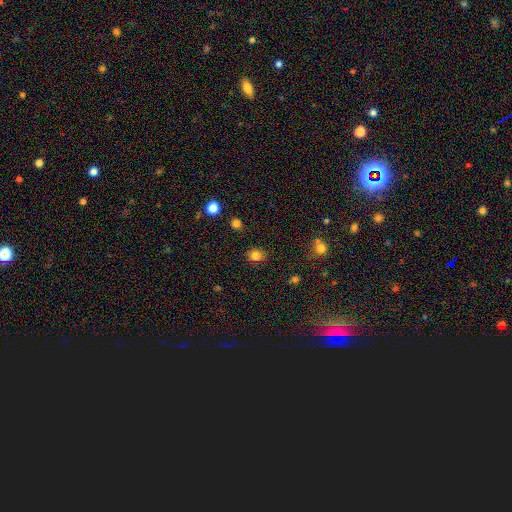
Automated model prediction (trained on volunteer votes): Smooth or featured? Predicted: smooth (p=0.82). How rounded? Predicted: round (p=0.68). Merging? Predicted: none (p=0.86).